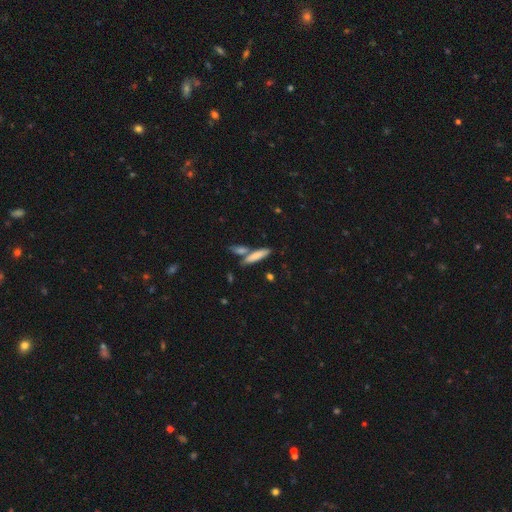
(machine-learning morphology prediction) This is likely a smooth galaxy (75%). How rounded: likely cigar-shaped (76%). Merging: likely none (62%).